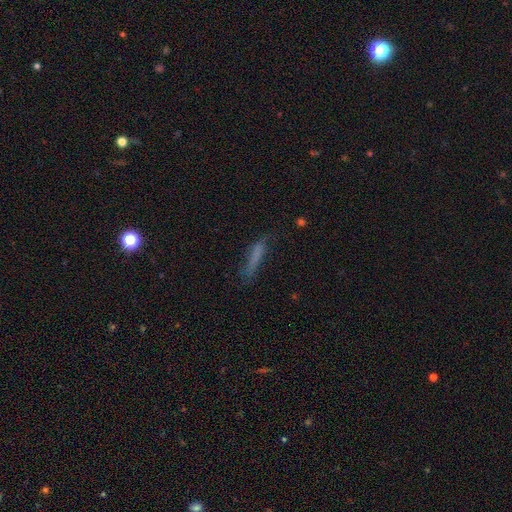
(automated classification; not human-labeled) smooth 66%, featured or disk 23%, star or artifact 11%. Down the decision tree: how rounded — cigar-shaped (87%); merging — none (60%).